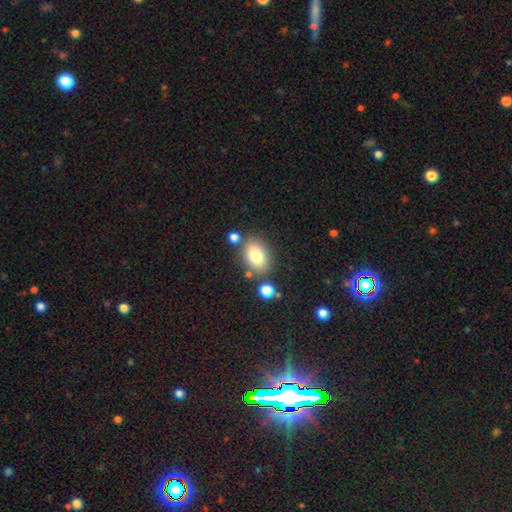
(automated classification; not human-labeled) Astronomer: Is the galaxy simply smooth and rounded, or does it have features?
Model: smooth — 78%.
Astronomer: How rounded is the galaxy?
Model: in between — 76%.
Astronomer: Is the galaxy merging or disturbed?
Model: none — 75%.